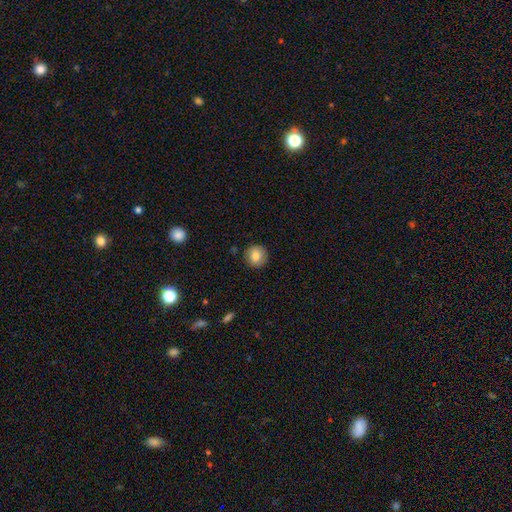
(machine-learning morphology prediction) Overall: smooth (83%). How rounded: round (93%). Merging: none (89%).